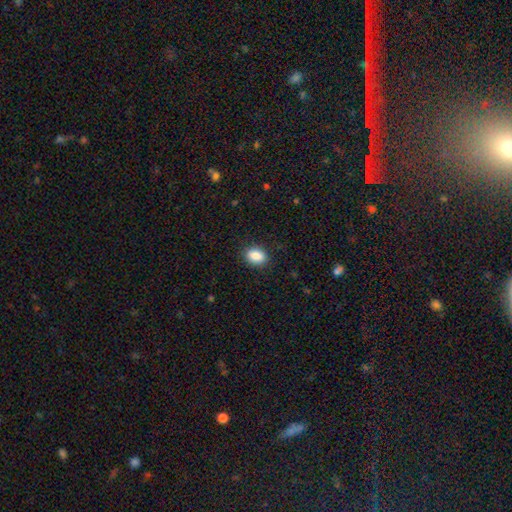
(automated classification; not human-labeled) smooth-or-featured: smooth: 88% | star or artifact: 8% | featured or disk: 4%
  how-rounded: in between: 79% | round: 19% | cigar-shaped: 1%
  merging: none: 88% | minor disturbance: 9% | major disturbance: 2% | merger: 1%